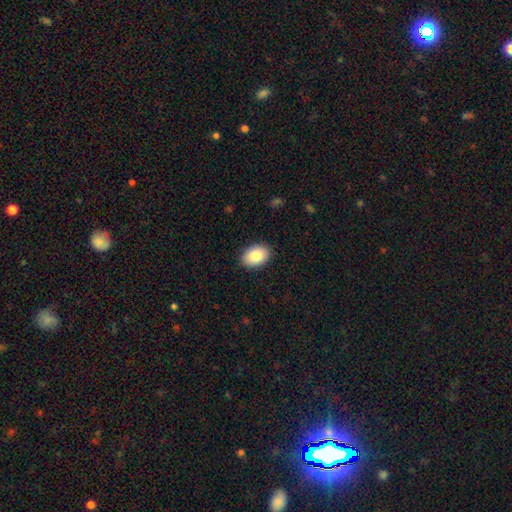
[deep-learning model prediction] A smooth galaxy with no disk features (85%) that is in between round and cigar-shaped (85%). Merging: none (89%).